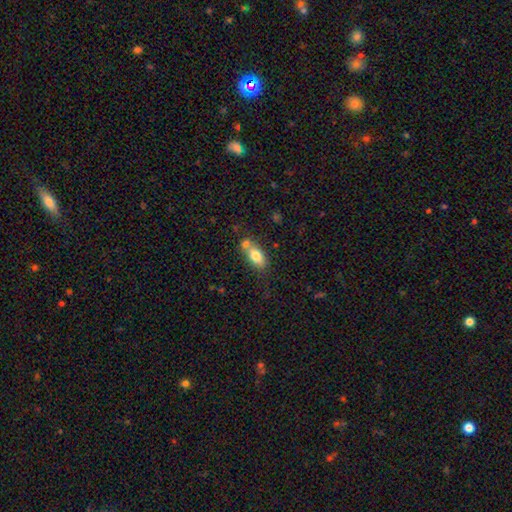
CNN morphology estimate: smooth-or-featured: smooth: 76% | featured or disk: 15% | star or artifact: 8%
  how-rounded: in between: 84% | round: 9% | cigar-shaped: 7%
  merging: none: 48% | merger: 35% | minor disturbance: 13% | major disturbance: 4%